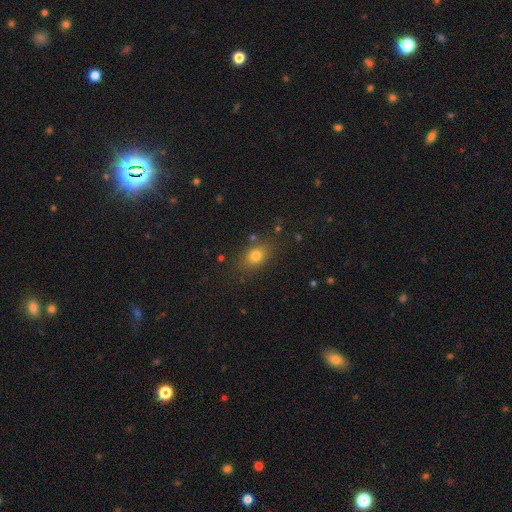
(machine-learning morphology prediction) Smooth or featured?
  - smooth: 77% *
  - star or artifact: 13%
  - featured or disk: 10%
How rounded?
  - in between: 66% *
  - round: 32%
  - cigar-shaped: 2%
Merging?
  - none: 80% *
  - minor disturbance: 13%
  - major disturbance: 4%
  - merger: 3%